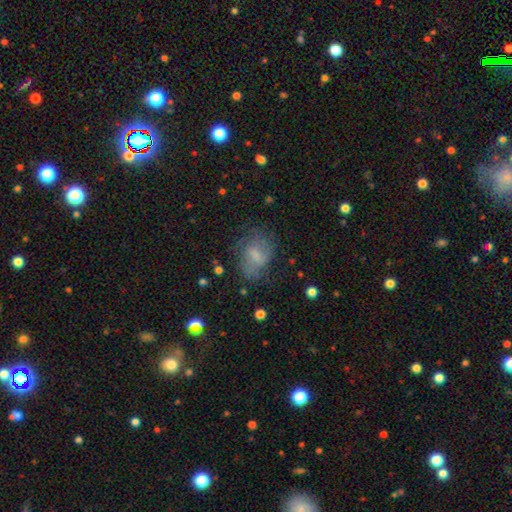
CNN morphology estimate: type=smooth (49%); merging=none (54%).